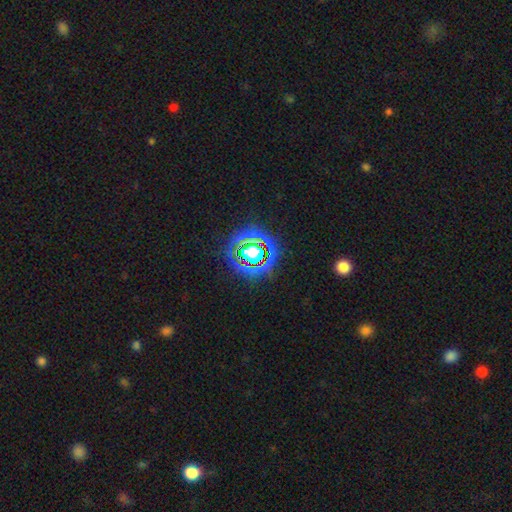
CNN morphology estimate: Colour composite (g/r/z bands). It shows a star or artifact, not a galaxy (64%).